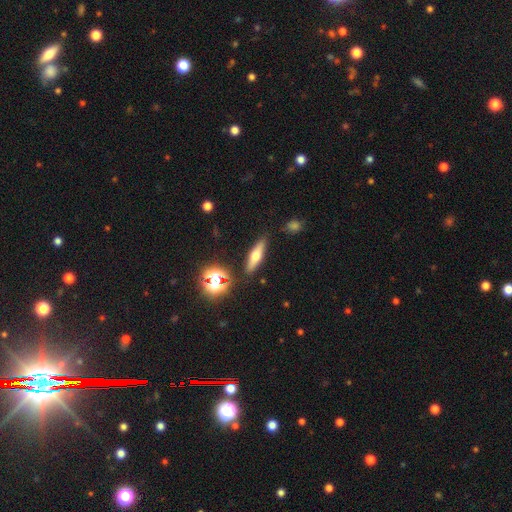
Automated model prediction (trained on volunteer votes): A smooth galaxy with no disk features (46%).

Vote fractions:
- Smooth or featured? smooth: 46% / featured or disk: 43% / star or artifact: 10%
- Merging? none: 87% / minor disturbance: 8% / merger: 2% / major disturbance: 2%